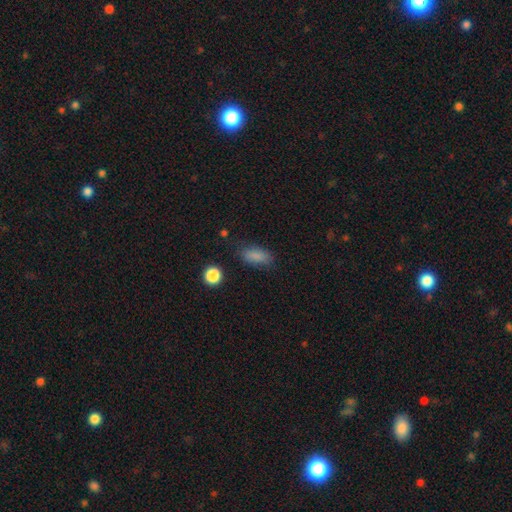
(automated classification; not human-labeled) smooth-or-featured: smooth: 84% | star or artifact: 11% | featured or disk: 5%
  how-rounded: in between: 85% | cigar-shaped: 10% | round: 5%
  merging: none: 76% | minor disturbance: 17% | major disturbance: 5% | merger: 2%